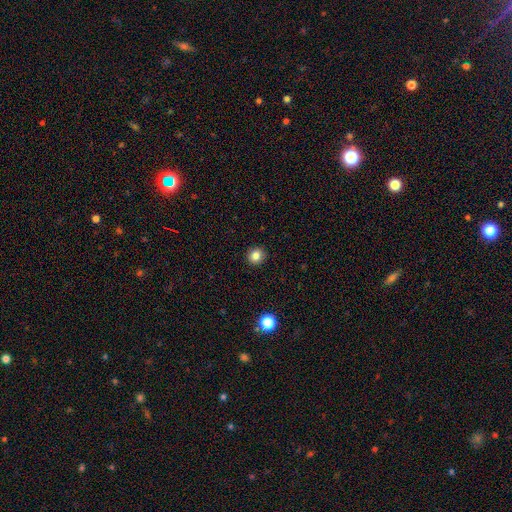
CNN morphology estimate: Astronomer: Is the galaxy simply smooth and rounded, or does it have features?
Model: smooth — 82%.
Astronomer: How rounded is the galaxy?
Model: round — 90%.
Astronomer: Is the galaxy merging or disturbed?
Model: none — 92%.